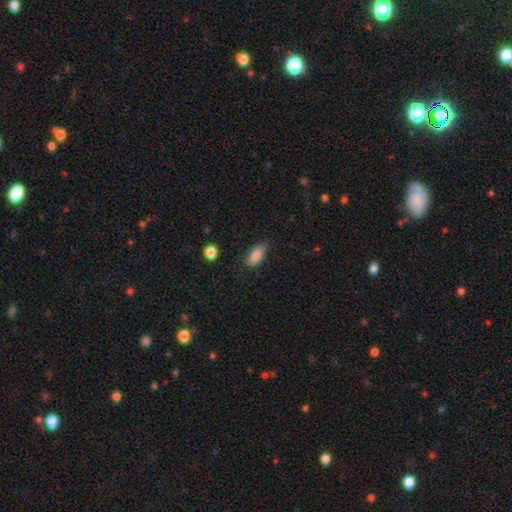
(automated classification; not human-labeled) Overall: smooth (86%). How rounded: in between (88%). Merging: none (76%).